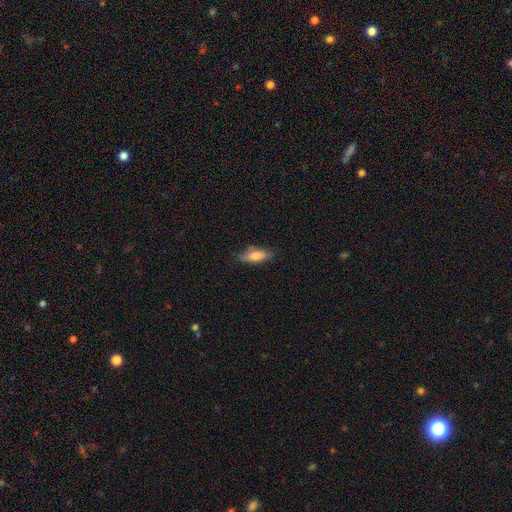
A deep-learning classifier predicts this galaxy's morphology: A smooth galaxy with no disk features (75%) that is in between round and cigar-shaped (63%).

Vote fractions:
- Smooth or featured? smooth: 75% / featured or disk: 19% / star or artifact: 7%
- How rounded? in between: 63% / cigar-shaped: 35% / round: 2%
- Merging? none: 69% / minor disturbance: 24% / major disturbance: 5% / merger: 2%